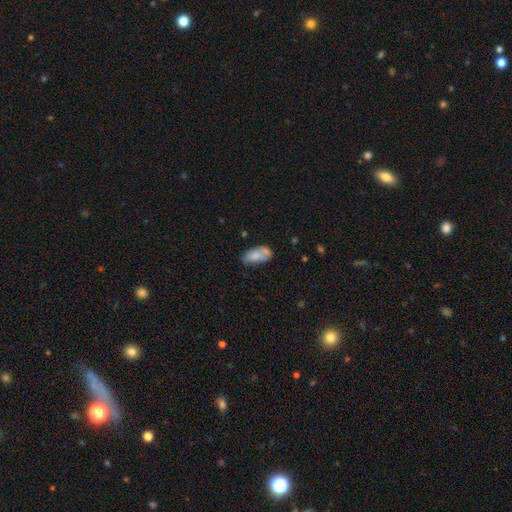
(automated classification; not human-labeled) Smooth or featured? Predicted: smooth (p=0.73). How rounded? Predicted: in between (p=0.91). Merging? Predicted: none (p=0.48).